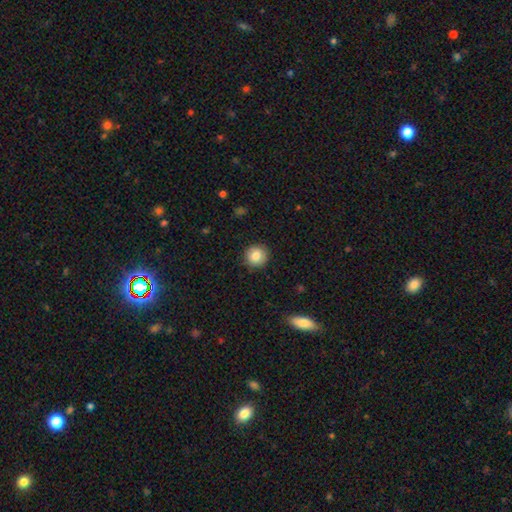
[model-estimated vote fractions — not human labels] smooth 84%, star or artifact 9%, featured or disk 7%. Down the decision tree: how rounded — round (92%); merging — none (89%).